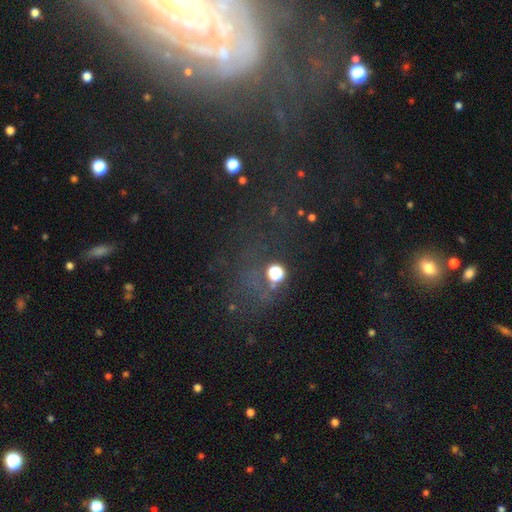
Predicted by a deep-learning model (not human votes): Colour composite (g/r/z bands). It shows a featured or disk galaxy (48%). Merging: none (51%).